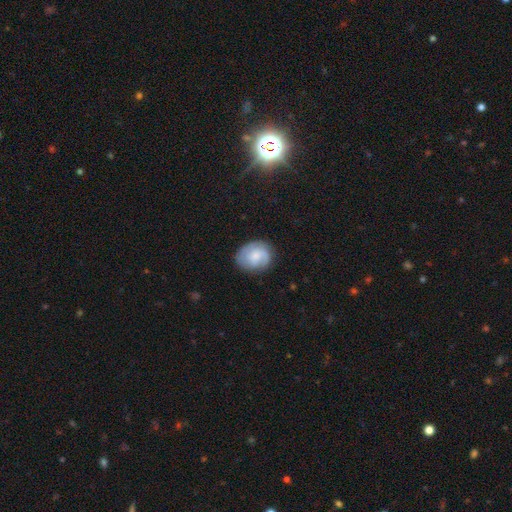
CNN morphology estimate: smooth-or-featured: featured or disk: 56% | smooth: 37% | star or artifact: 7%
  disk-edge-on: no: 98% | yes: 2%
    bar: no: 65% | weak: 31% | strong: 4%
    has-spiral-arms: yes: 91% | no: 9%
    bulge-size: moderate: 36% | small: 35% | none: 16% | large: 10% | dominant: 2%
  merging: none: 78% | minor disturbance: 15% | major disturbance: 5% | merger: 1%